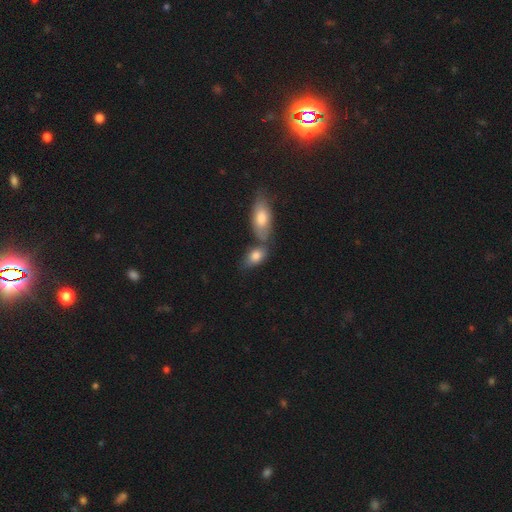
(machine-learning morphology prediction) A smooth galaxy with no disk features (81%) that is in between round and cigar-shaped (88%).

Vote fractions:
- Smooth or featured? smooth: 81% / featured or disk: 12% / star or artifact: 7%
- How rounded? in between: 88% / round: 8% / cigar-shaped: 4%
- Merging? none: 44% / merger: 37% / minor disturbance: 14% / major disturbance: 5%